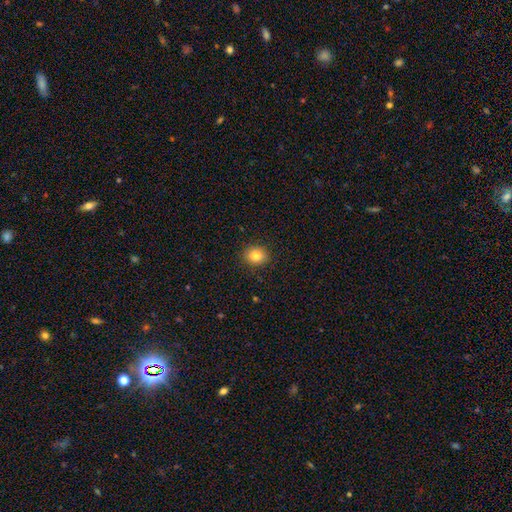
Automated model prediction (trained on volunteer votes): Smooth or featured? Predicted: smooth (p=0.82). How rounded? Predicted: round (p=0.72). Merging? Predicted: none (p=0.91).